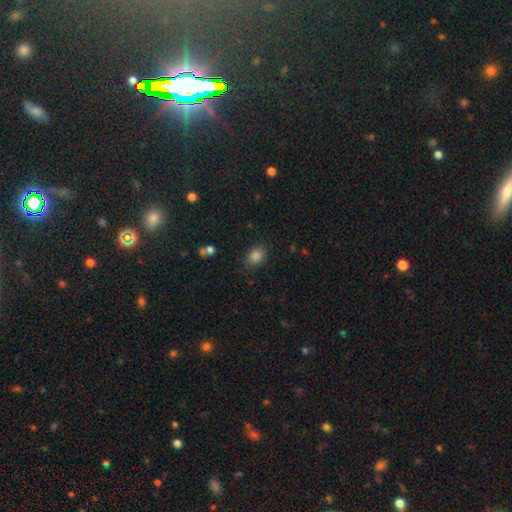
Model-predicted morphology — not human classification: smooth 85%, star or artifact 10%, featured or disk 5%. Down the decision tree: how rounded — in between (63%); merging — none (82%).